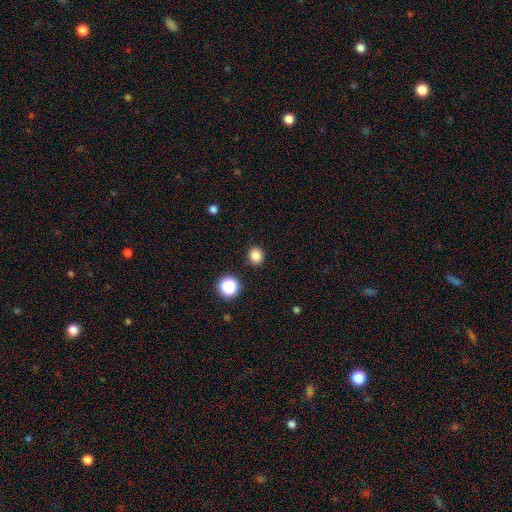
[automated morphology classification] A smooth galaxy with no disk features (84%) that is round (77%). Merging: none (89%).